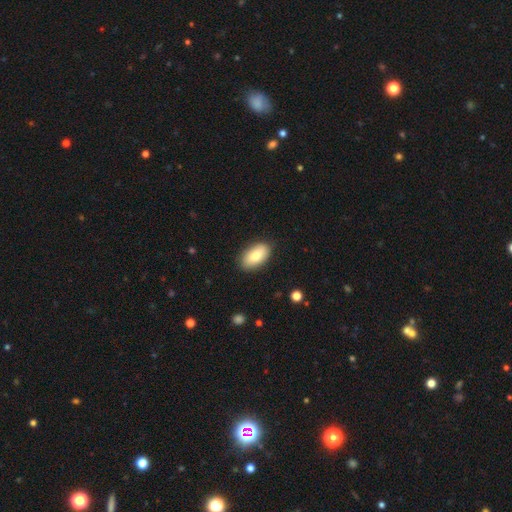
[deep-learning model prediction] smooth-or-featured: smooth: 77% | featured or disk: 17% | star or artifact: 7%
  how-rounded: in between: 93% | round: 4% | cigar-shaped: 3%
  merging: none: 87% | minor disturbance: 10% | major disturbance: 2% | merger: 1%